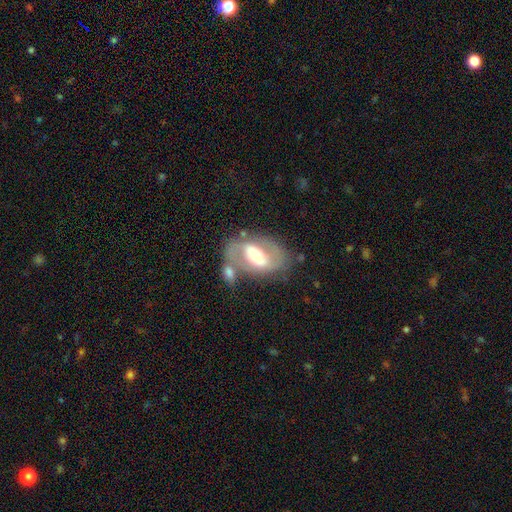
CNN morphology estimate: This appears to be a featured or disk galaxy (72%) with a strong bar (42%), spiral arms (70%) and a moderate central bulge (63%). Merging: none (53%).